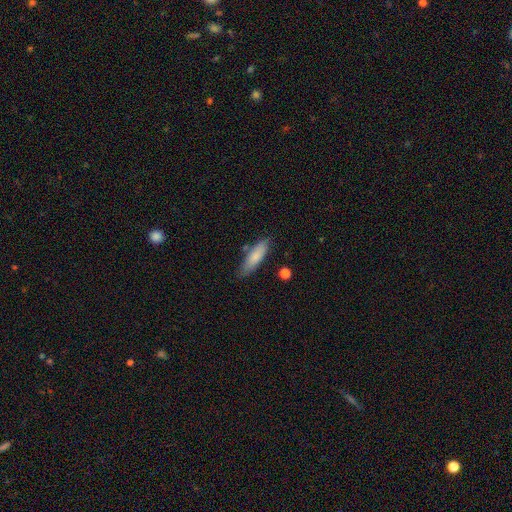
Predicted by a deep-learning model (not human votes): smooth 80%, featured or disk 14%, star or artifact 6%. Down the decision tree: how rounded — cigar-shaped (57%); merging — none (77%).